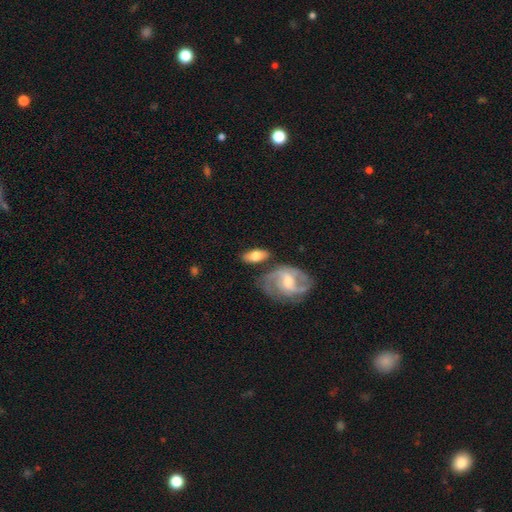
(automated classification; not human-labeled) A smooth galaxy with no disk features (58%) that is in between round and cigar-shaped (86%).

Vote fractions:
- Smooth or featured? smooth: 58% / featured or disk: 37% / star or artifact: 6%
- How rounded? in between: 86% / cigar-shaped: 8% / round: 6%
- Merging? none: 68% / minor disturbance: 16% / merger: 11% / major disturbance: 5%